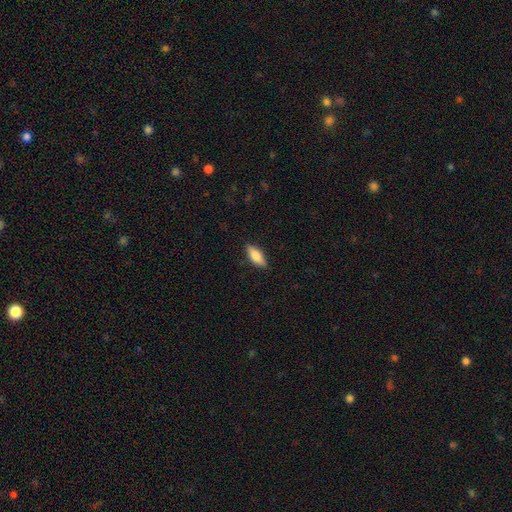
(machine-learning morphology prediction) Smooth or featured? smooth (80%)
How rounded? in between (76%)
Merging? none (86%)